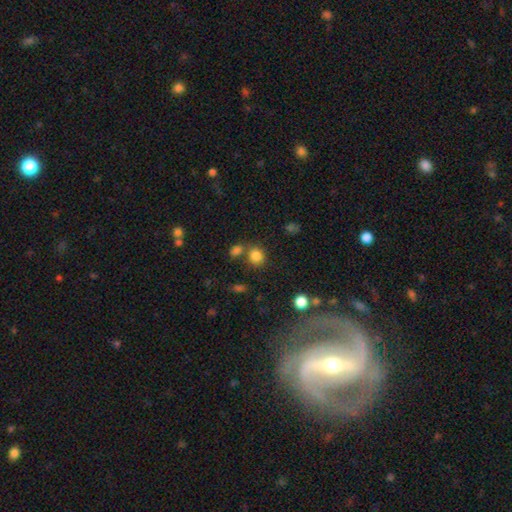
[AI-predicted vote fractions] smooth_or_featured: smooth (p=0.82) [alt: star or artifact p=0.13]
how_rounded: round (p=0.77) [alt: in between p=0.22]
merging: none (p=0.63) [alt: merger p=0.22]